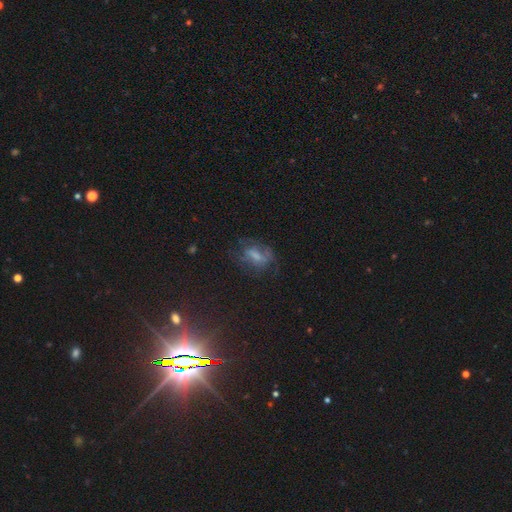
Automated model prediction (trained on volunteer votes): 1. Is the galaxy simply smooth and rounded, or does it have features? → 40% smooth, 39% featured or disk, 21% star or artifact.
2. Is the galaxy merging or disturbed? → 48% none, 26% major disturbance, 23% minor disturbance, 4% merger.